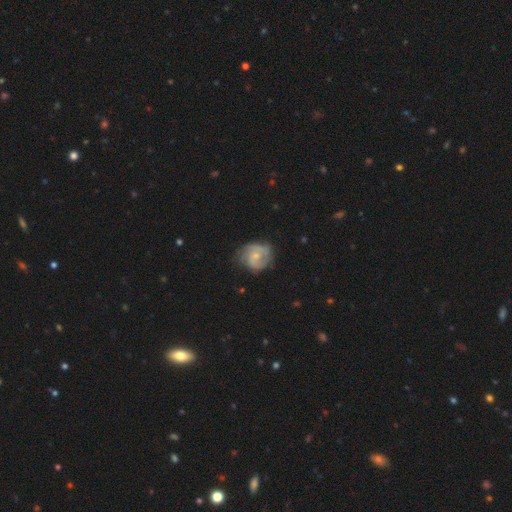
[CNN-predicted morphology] Smooth or featured: featured or disk — 63% (smooth — 30%)
Edge-on disk: no — 98% (yes — 2%)
Bar: no — 68% (weak — 28%)
Spiral arms: yes — 83% (no — 17%)
Spiral winding: medium — 42% (tight — 39%)
Spiral arm count: 2 — 55% (can't tell — 24%)
Bulge size: small — 60% (moderate — 35%)
Merging: none — 59% (minor disturbance — 27%)